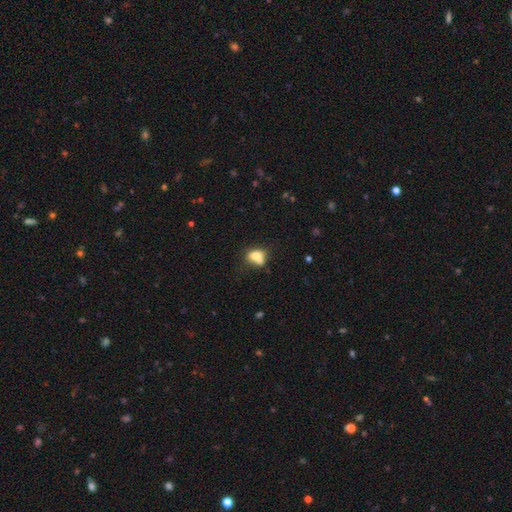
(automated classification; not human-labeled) This is likely a smooth galaxy (69%). How rounded: possibly in between (56%). Merging: marginally merger (44%).